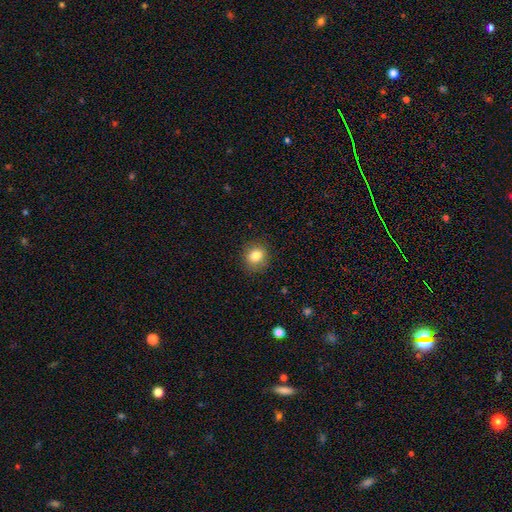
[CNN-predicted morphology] smooth-or-featured: smooth: 83% | star or artifact: 10% | featured or disk: 7%
  how-rounded: round: 75% | in between: 24% | cigar-shaped: 1%
  merging: none: 86% | minor disturbance: 10% | major disturbance: 3% | merger: 1%